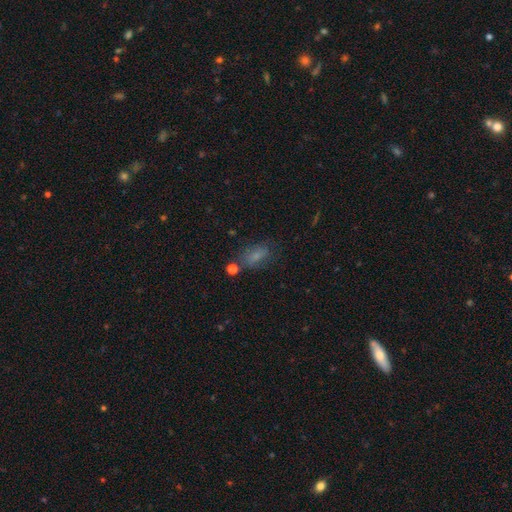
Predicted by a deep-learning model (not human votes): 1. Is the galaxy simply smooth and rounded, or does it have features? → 70% smooth, 17% star or artifact, 13% featured or disk.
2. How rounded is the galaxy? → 81% in between, 10% round, 8% cigar-shaped.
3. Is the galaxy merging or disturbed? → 65% none, 19% minor disturbance, 8% major disturbance, 7% merger.